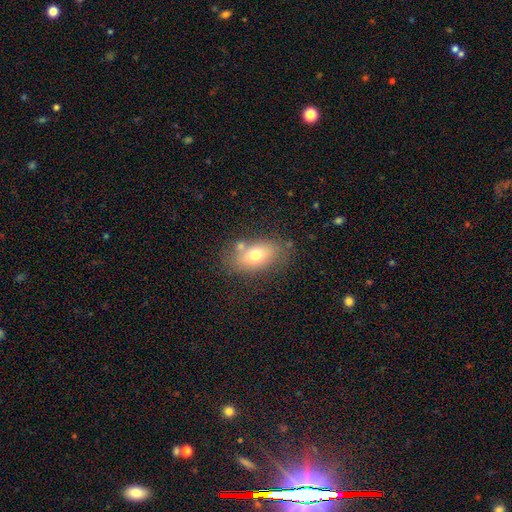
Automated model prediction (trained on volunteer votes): A smooth galaxy with no disk features (69%) that is in between round and cigar-shaped (85%).

Vote fractions:
- Smooth or featured? smooth: 69% / featured or disk: 21% / star or artifact: 10%
- How rounded? in between: 85% / round: 12% / cigar-shaped: 3%
- Merging? none: 69% / minor disturbance: 17% / merger: 9% / major disturbance: 6%